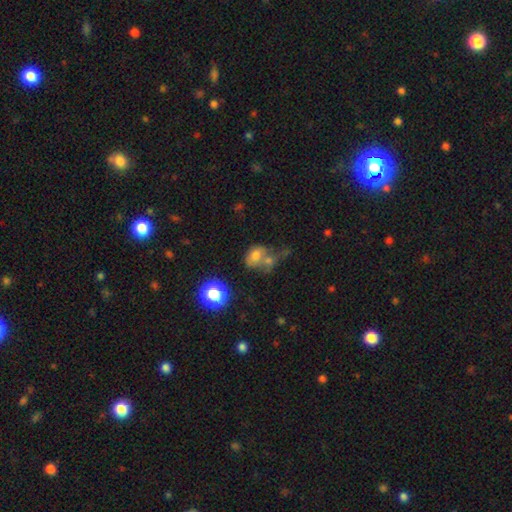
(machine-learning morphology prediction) Smooth or featured? smooth (65%)
How rounded? in between (53%)
Merging? merger (49%)